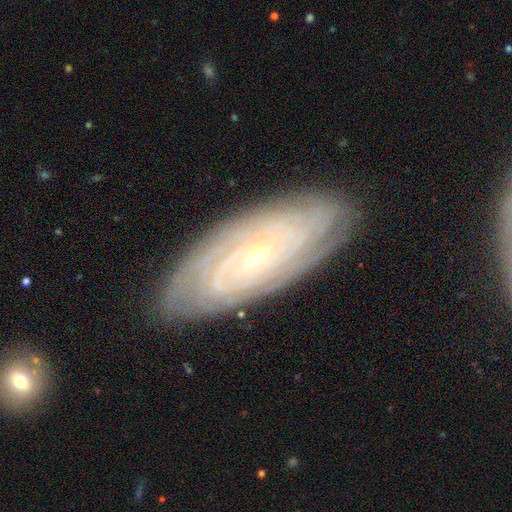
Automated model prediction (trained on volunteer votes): Smooth or featured: featured or disk — 83% (smooth — 11%)
Edge-on disk: no — 90% (yes — 10%)
Bar: no — 68% (weak — 24%)
Spiral arms: yes — 95% (no — 5%)
Spiral winding: tight — 82% (medium — 15%)
Spiral arm count: can't tell — 40% (4 — 17%)
Bulge size: small — 80% (moderate — 17%)
Merging: none — 84% (minor disturbance — 12%)